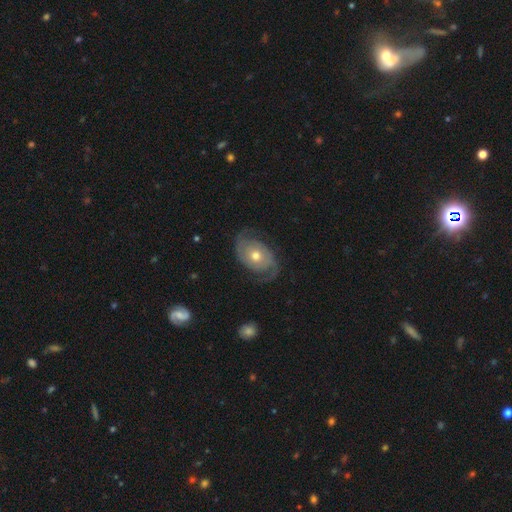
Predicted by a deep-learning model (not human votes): Smooth or featured? featured or disk (85%)
Edge-on disk? no (97%)
Bar? no (78%)
Spiral arms? yes (94%)
Spiral winding? medium (41%)
Spiral arm count? 2 (90%)
Bulge size? moderate (71%)
Merging? none (75%)